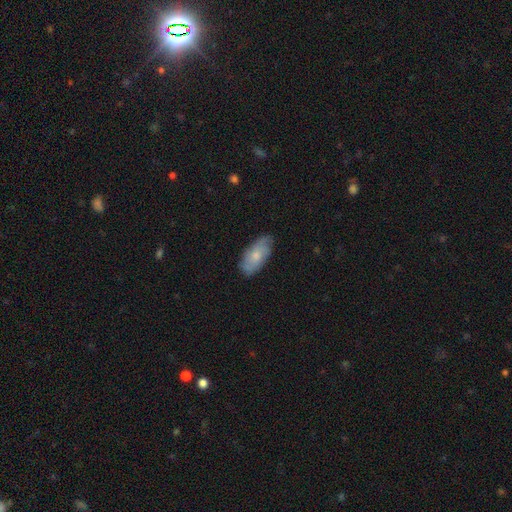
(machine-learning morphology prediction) The model was most divided on "smooth or featured": smooth: 59%, featured or disk: 35%, star or artifact: 6%. More confident: how rounded — in between (90%); merging — none (79%).